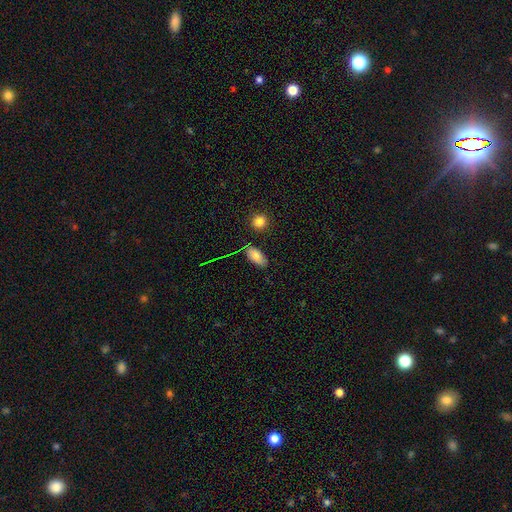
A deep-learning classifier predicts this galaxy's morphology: smooth-or-featured: smooth: 79% | star or artifact: 11% | featured or disk: 10%
  how-rounded: in between: 88% | cigar-shaped: 8% | round: 4%
  merging: none: 79% | minor disturbance: 15% | merger: 3% | major disturbance: 3%